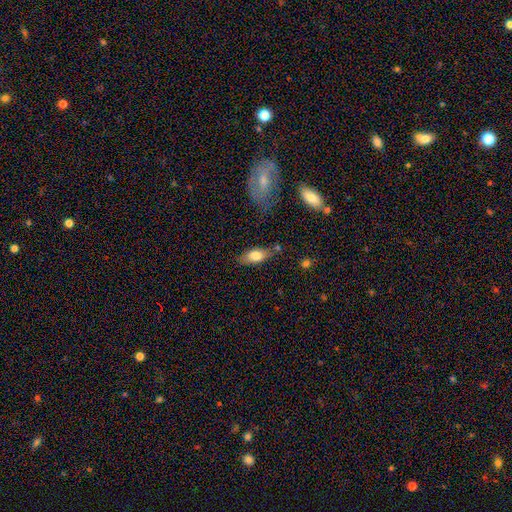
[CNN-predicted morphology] This appears to be a smooth galaxy with no disk features (74%) that is in between round and cigar-shaped (81%). Merging: none (69%).